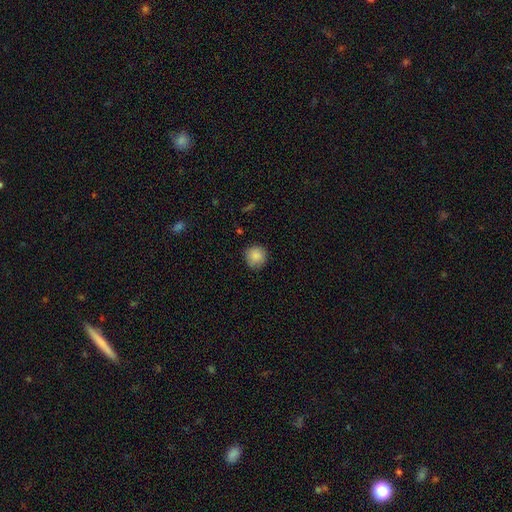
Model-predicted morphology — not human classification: Smooth or featured? smooth (87%)
How rounded? round (94%)
Merging? none (87%)